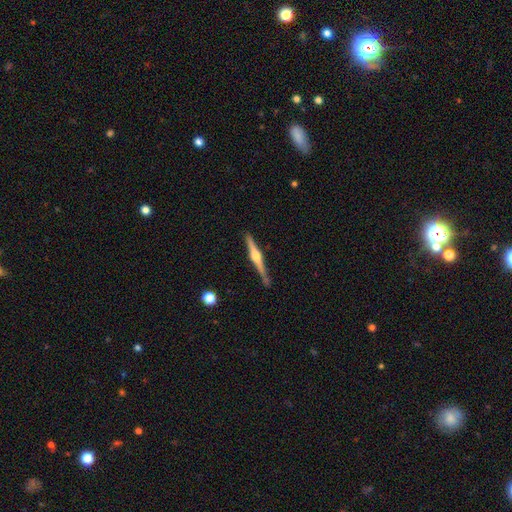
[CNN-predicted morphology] featured or disk 82%, smooth 14%, star or artifact 5%. Down the decision tree: edge-on disk — yes (98%); edge-on bulge — rounded (93%); merging — none (85%).